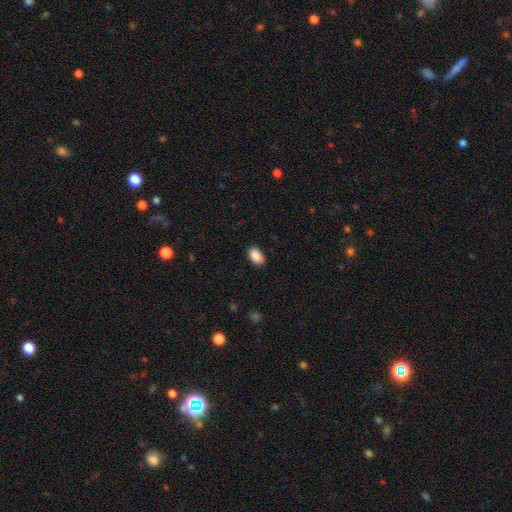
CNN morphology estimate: type=smooth (90%); roundness=in between (90%); merging=none (87%).